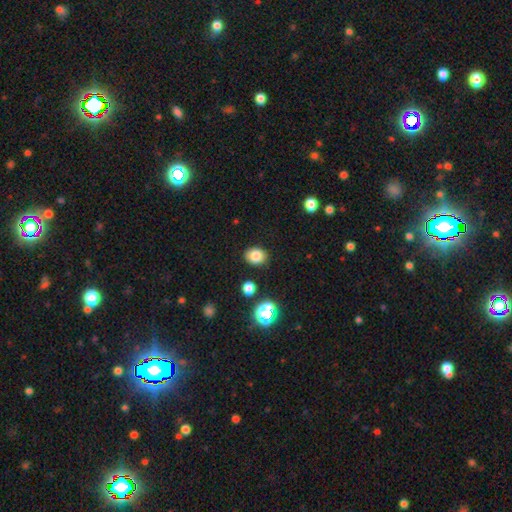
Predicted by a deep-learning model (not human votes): Smooth or featured? smooth (82%)
How rounded? in between (53%)
Merging? none (86%)